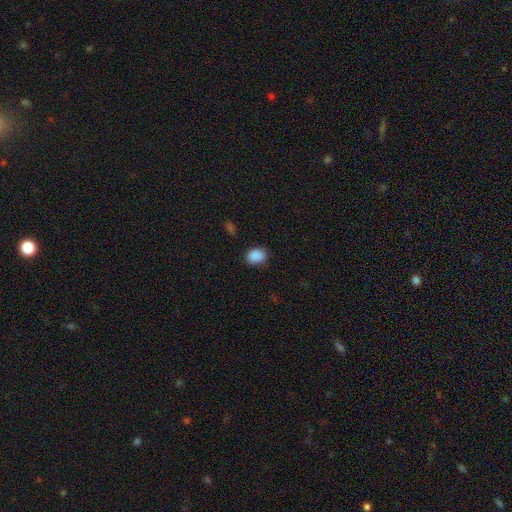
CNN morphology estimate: The model was most divided on "how rounded": in between: 60%, round: 39%, cigar-shaped: 1%. More confident: smooth or featured — smooth (89%); merging — none (83%).